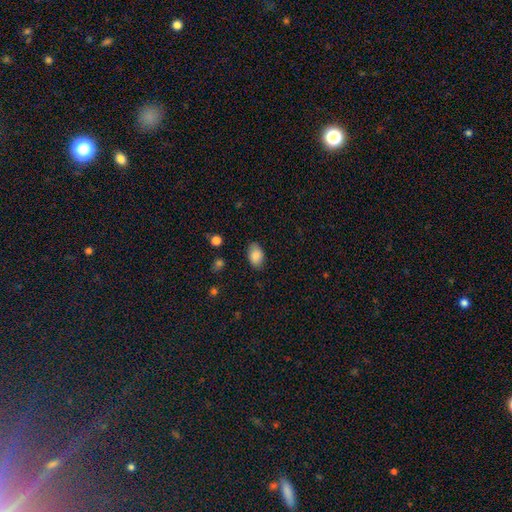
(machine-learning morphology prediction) Smooth or featured?
  - smooth: 86% *
  - star or artifact: 8%
  - featured or disk: 6%
How rounded?
  - in between: 90% *
  - round: 9%
  - cigar-shaped: 1%
Merging?
  - none: 81% *
  - minor disturbance: 14%
  - major disturbance: 3%
  - merger: 1%